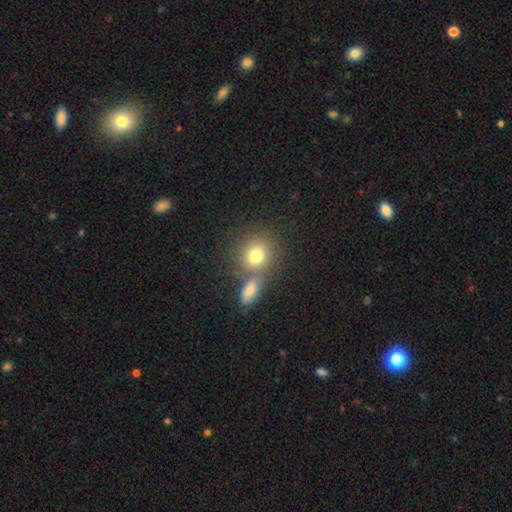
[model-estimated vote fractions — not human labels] smooth_or_featured: smooth (p=0.78) [alt: featured or disk p=0.12]
how_rounded: round (p=0.75) [alt: in between p=0.24]
merging: none (p=0.56) [alt: merger p=0.31]